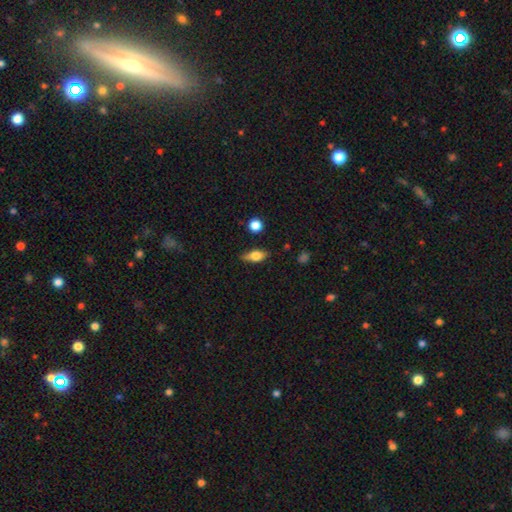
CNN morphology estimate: This appears to be a smooth galaxy with no disk features (66%) that is in between round and cigar-shaped (74%). Merging: none (78%).